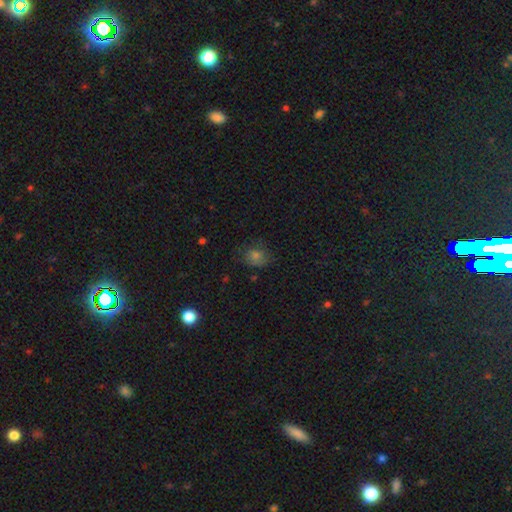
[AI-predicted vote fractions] smooth 65%, star or artifact 21%, featured or disk 14%. Down the decision tree: how rounded — round (61%); merging — none (66%).